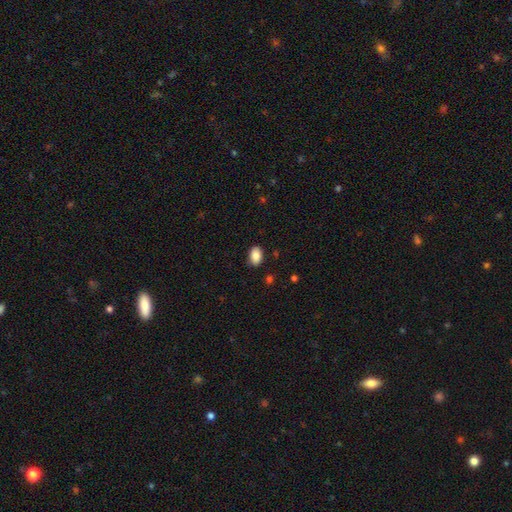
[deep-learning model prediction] Smooth or featured?
  - smooth: 87% *
  - star or artifact: 8%
  - featured or disk: 5%
How rounded?
  - in between: 86% *
  - round: 13%
  - cigar-shaped: 1%
Merging?
  - none: 86% *
  - minor disturbance: 10%
  - major disturbance: 2%
  - merger: 1%